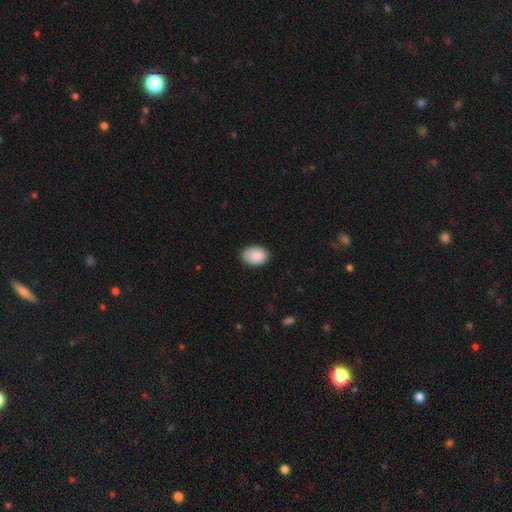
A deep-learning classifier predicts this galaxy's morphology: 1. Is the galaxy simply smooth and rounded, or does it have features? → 90% smooth, 7% star or artifact, 4% featured or disk.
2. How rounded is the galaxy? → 75% in between, 24% round, 1% cigar-shaped.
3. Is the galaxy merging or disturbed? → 83% none, 14% minor disturbance, 2% major disturbance, 1% merger.